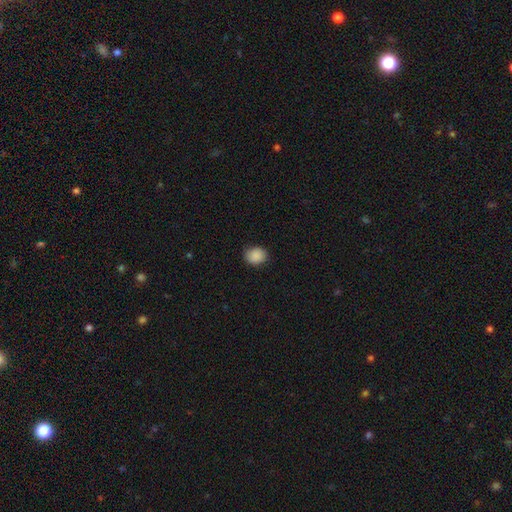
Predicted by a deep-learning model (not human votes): Smooth or featured: smooth — 89% (star or artifact — 8%)
How rounded: round — 63% (in between — 36%)
Merging: none — 85% (minor disturbance — 11%)